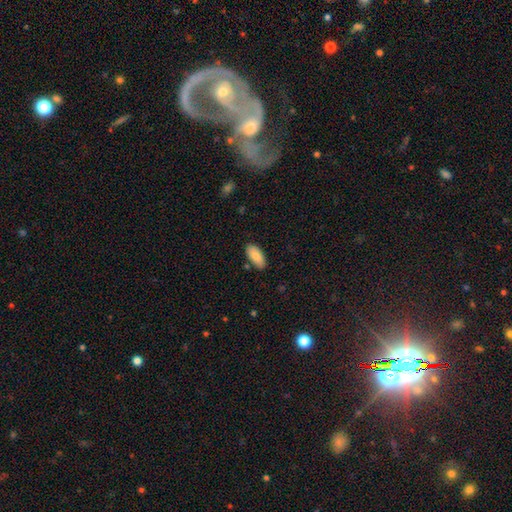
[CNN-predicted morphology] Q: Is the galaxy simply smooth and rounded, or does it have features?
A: smooth — 85%.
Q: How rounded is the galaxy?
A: in between — 90%.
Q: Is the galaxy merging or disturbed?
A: none — 84%.